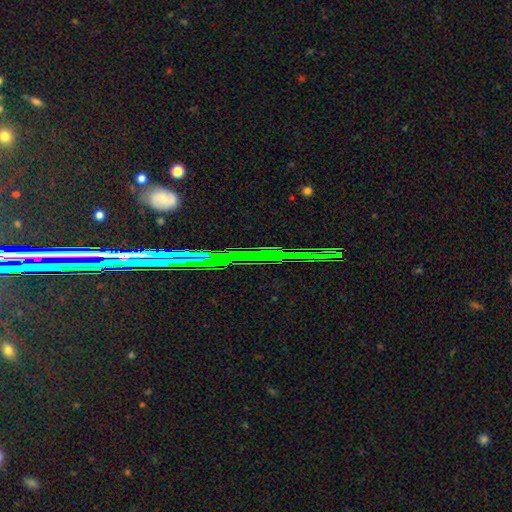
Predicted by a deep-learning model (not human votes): A star or artifact, not a galaxy (74%).